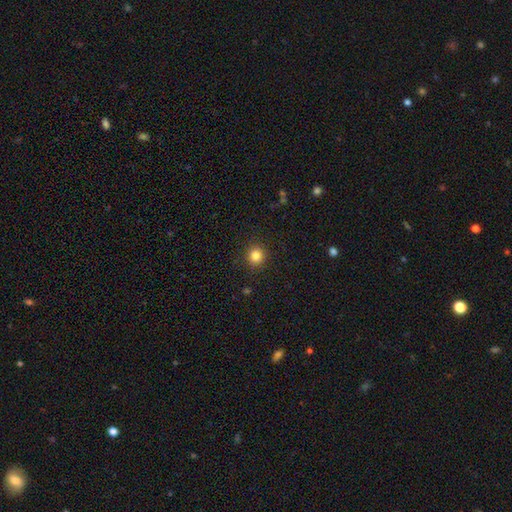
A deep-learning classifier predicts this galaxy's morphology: This appears to be a smooth galaxy with no disk features (84%) that is round (93%). Merging: none (91%).